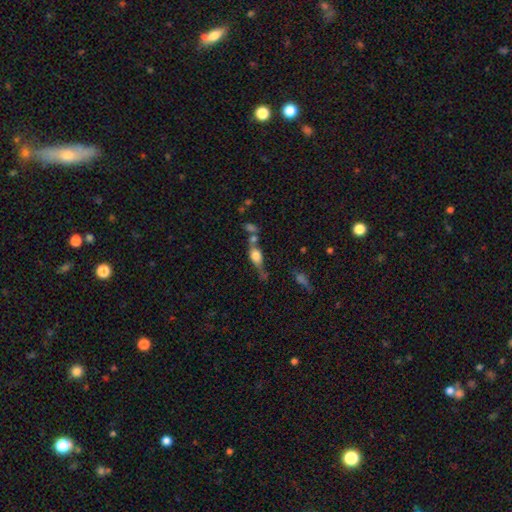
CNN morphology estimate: Smooth or featured? Predicted: smooth (p=0.45). Merging? Predicted: none (p=0.42).